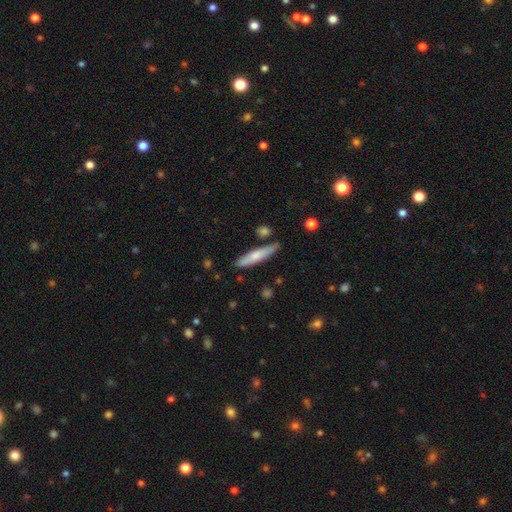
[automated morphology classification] Smooth or featured? smooth (68%)
How rounded? cigar-shaped (87%)
Merging? none (82%)